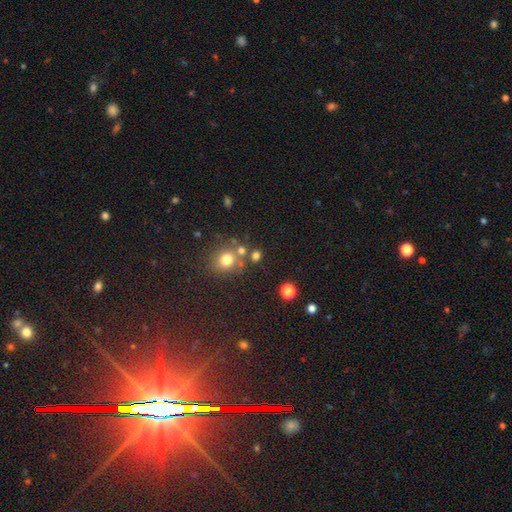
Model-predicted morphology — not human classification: A smooth galaxy with no disk features (71%) that is round (76%). Merging: none (65%).